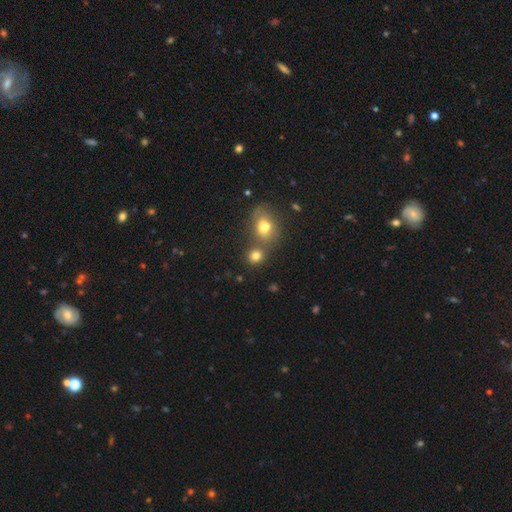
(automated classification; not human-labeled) A smooth galaxy with no disk features (79%) that is round (73%). Merging: none (54%).